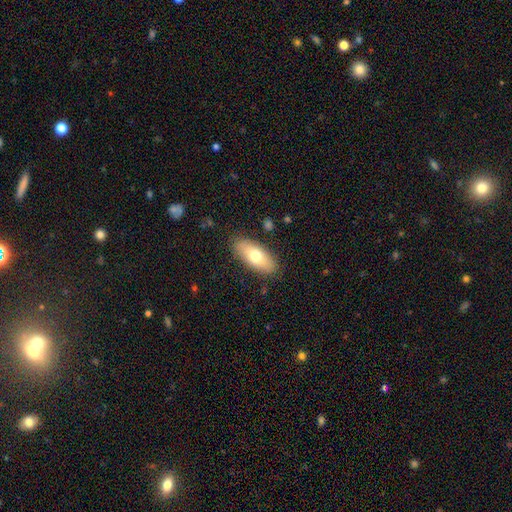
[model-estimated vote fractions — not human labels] smooth-or-featured: smooth: 68% | featured or disk: 26% | star or artifact: 6%
  how-rounded: in between: 84% | cigar-shaped: 13% | round: 3%
  merging: none: 87% | minor disturbance: 10% | major disturbance: 2% | merger: 1%